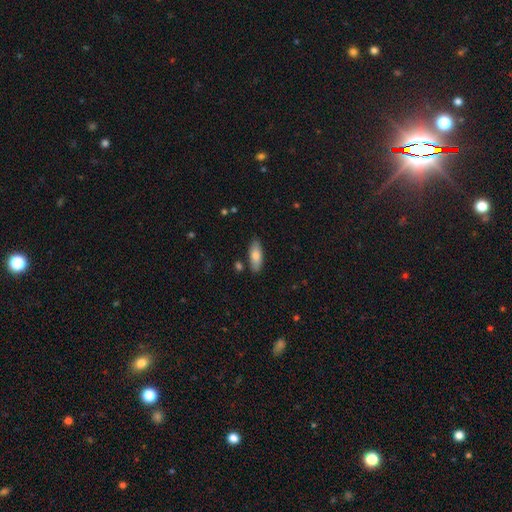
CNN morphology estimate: A smooth galaxy with no disk features (79%) that is in between round and cigar-shaped (75%).

Vote fractions:
- Smooth or featured? smooth: 79% / featured or disk: 15% / star or artifact: 6%
- How rounded? in between: 75% / cigar-shaped: 23% / round: 2%
- Merging? none: 84% / minor disturbance: 11% / merger: 3% / major disturbance: 2%